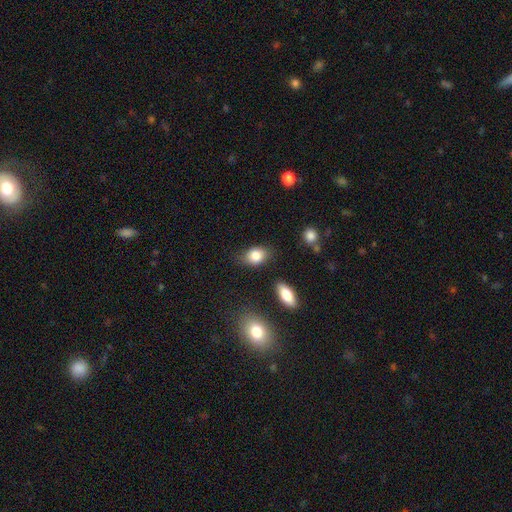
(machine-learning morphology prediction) The model was most divided on "merging": none: 72%, minor disturbance: 19%, major disturbance: 5%, merger: 4%. More confident: smooth or featured — smooth (84%); how rounded — in between (78%).